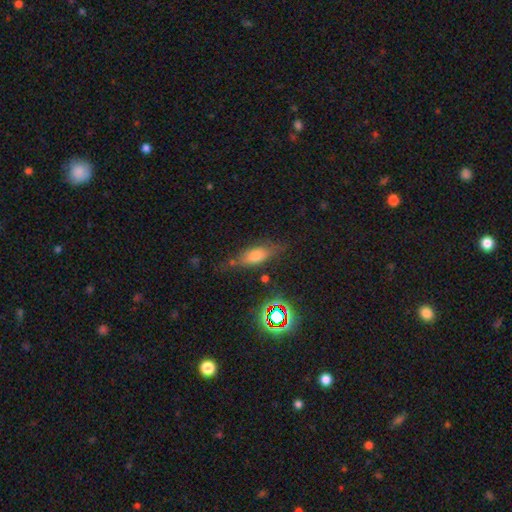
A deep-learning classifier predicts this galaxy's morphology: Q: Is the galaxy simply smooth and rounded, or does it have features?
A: smooth — 56%.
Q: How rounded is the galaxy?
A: in between — 61%.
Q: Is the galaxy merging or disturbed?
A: none — 66%.